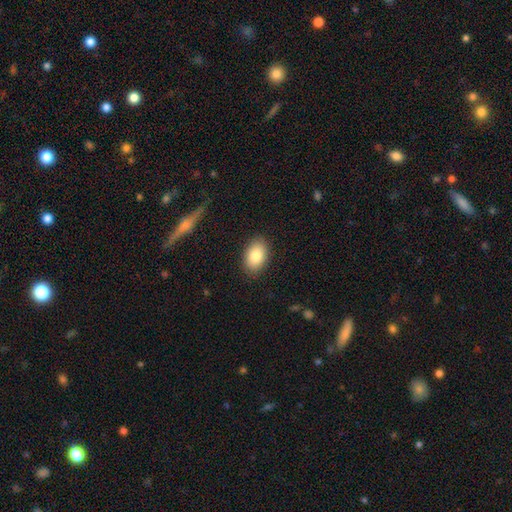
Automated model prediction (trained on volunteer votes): Morphology: type=smooth (83%); roundness=in between (88%); merging=none (87%).